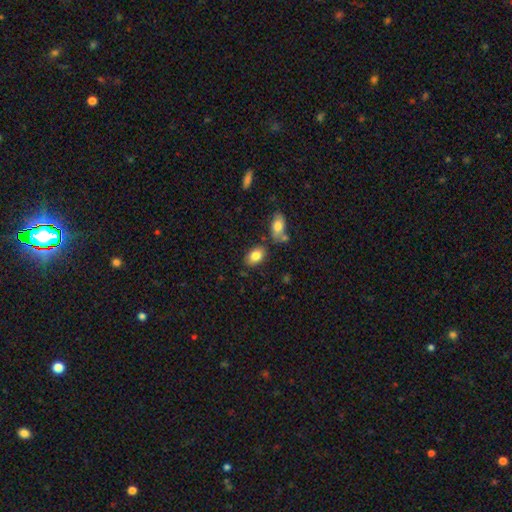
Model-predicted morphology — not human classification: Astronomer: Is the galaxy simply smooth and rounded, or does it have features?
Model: smooth — 83%.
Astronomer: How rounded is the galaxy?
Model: in between — 91%.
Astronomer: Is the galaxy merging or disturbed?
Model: none — 77%.